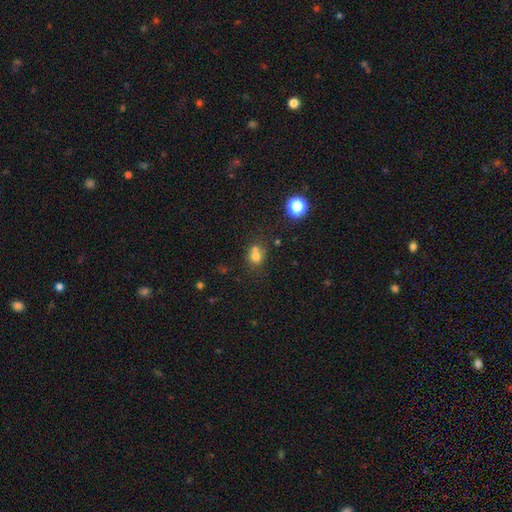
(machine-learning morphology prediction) smooth_or_featured: smooth (p=0.72) [alt: star or artifact p=0.16]
how_rounded: round (p=0.78) [alt: in between p=0.21]
merging: none (p=0.45) [alt: merger p=0.42]